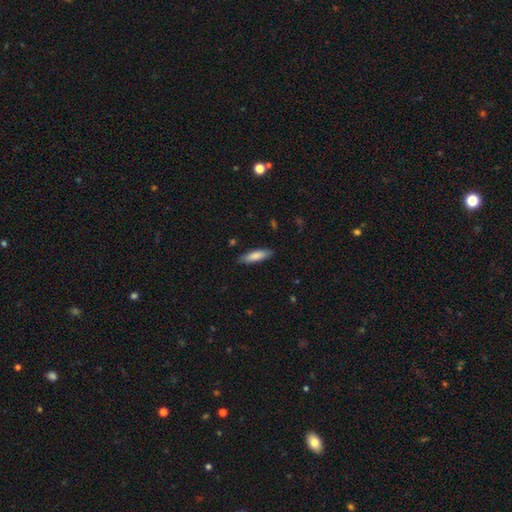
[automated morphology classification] The model was most divided on "how rounded": cigar-shaped: 61%, in between: 38%, round: 1%. More confident: merging — none (86%); smooth or featured — smooth (83%).